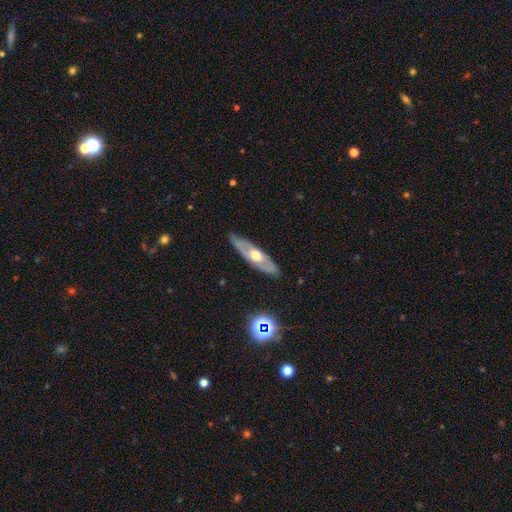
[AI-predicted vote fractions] This appears to be a featured or disk galaxy (61%) with not edge-on (50%, tied with yes). Merging: none (82%).